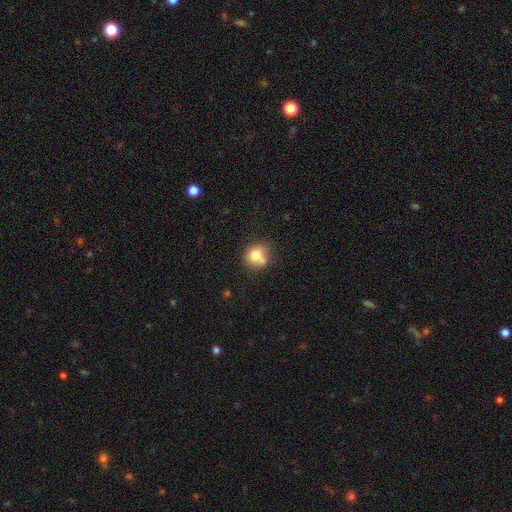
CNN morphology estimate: This appears to be a smooth galaxy with no disk features (76%) that is round (74%). Merging: none (50%).